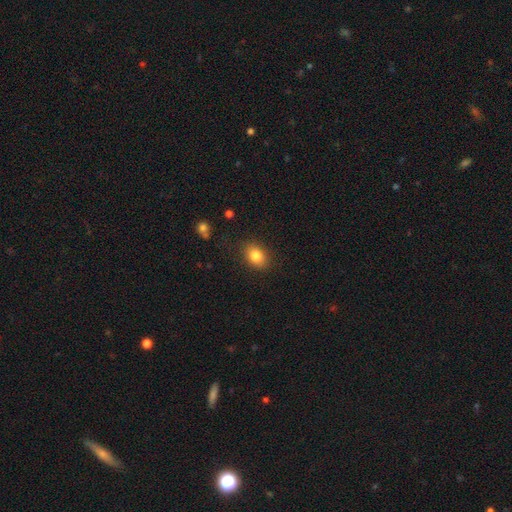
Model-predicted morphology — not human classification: type=smooth (83%); roundness=in between (66%); merging=none (85%).